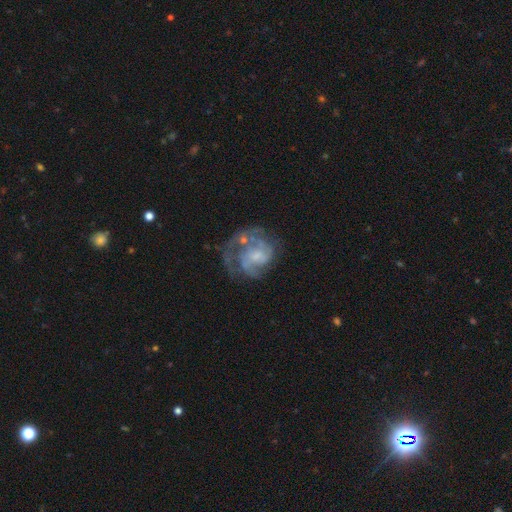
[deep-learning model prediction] smooth_or_featured: featured or disk (p=0.76) [alt: smooth p=0.16]
disk_edge_on: no (p=0.98) [alt: yes p=0.02]
bar: no (p=0.67) [alt: weak p=0.28]
has_spiral_arms: yes (p=0.81) [alt: no p=0.19]
spiral_winding: tight (p=0.43) [alt: medium p=0.39]
spiral_arm_count: 2 (p=0.30) [tied with: can't tell p=0.30]
bulge_size: small (p=0.44) [alt: moderate p=0.26]
merging: none (p=0.44) [alt: major disturbance p=0.30]